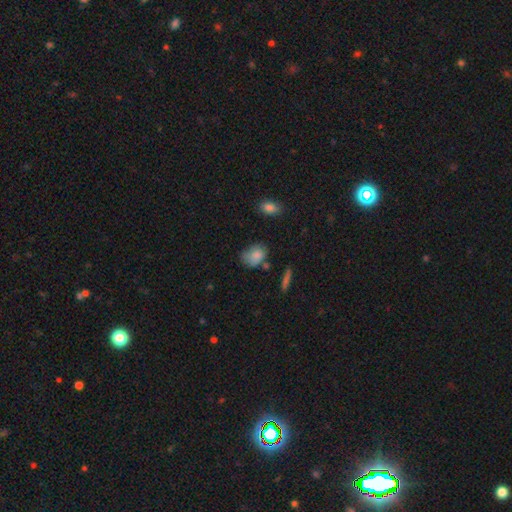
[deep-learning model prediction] A smooth galaxy with no disk features (79%) that is in between round and cigar-shaped (68%).

Vote fractions:
- Smooth or featured? smooth: 79% / featured or disk: 13% / star or artifact: 9%
- How rounded? in between: 68% / round: 30% / cigar-shaped: 2%
- Merging? none: 52% / minor disturbance: 30% / major disturbance: 10% / merger: 8%